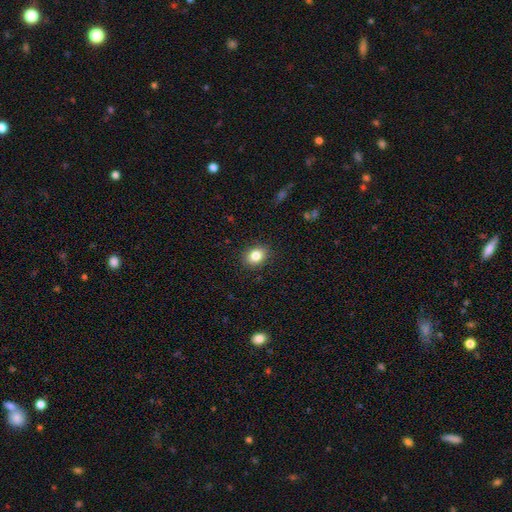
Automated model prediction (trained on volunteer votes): This appears to be a smooth galaxy with no disk features (83%) that is in between round and cigar-shaped (55%). Merging: none (89%).